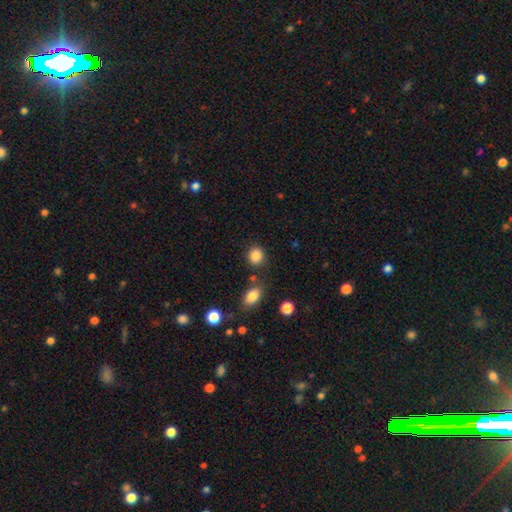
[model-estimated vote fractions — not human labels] smooth-or-featured: smooth: 87% | star or artifact: 9% | featured or disk: 4%
  how-rounded: round: 74% | in between: 25% | cigar-shaped: 1%
  merging: none: 81% | minor disturbance: 10% | merger: 6% | major disturbance: 3%